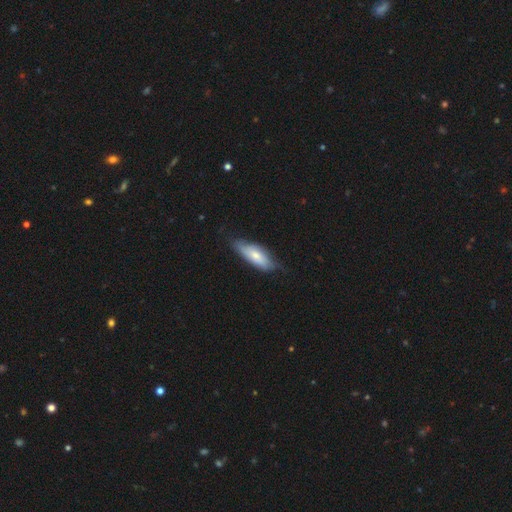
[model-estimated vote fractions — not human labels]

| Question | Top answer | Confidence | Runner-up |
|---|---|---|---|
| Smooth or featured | smooth | 63% | featured or disk (32%) |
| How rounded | in between | 69% | cigar-shaped (29%) |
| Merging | none | 62% | minor disturbance (30%) |